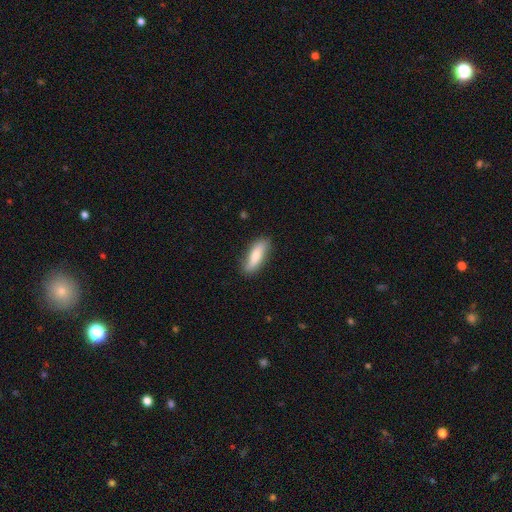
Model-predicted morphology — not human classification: smooth-or-featured: smooth: 68% | featured or disk: 26% | star or artifact: 6%
  how-rounded: in between: 51% | cigar-shaped: 46% | round: 2%
  merging: none: 80% | minor disturbance: 15% | major disturbance: 3% | merger: 1%